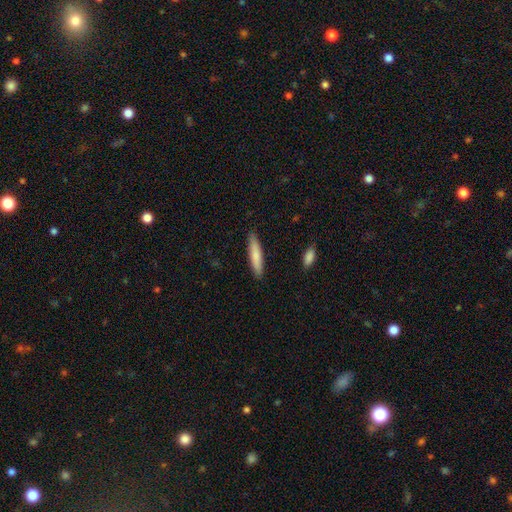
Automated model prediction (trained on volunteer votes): Morphology: type=smooth (77%); roundness=cigar-shaped (87%); merging=none (89%).